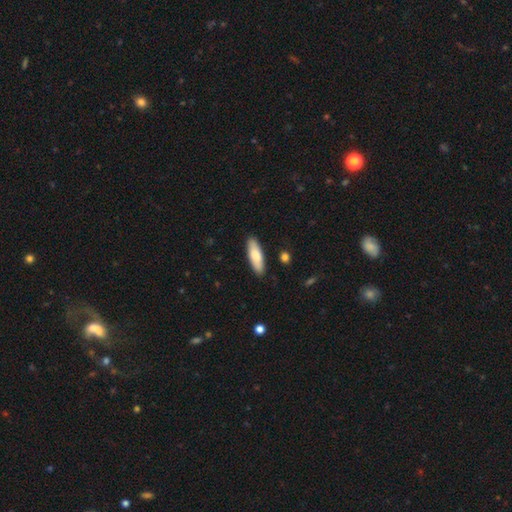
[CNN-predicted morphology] Smooth or featured? smooth (79%)
How rounded? in between (49%, tied with cigar-shaped)
Merging? none (89%)